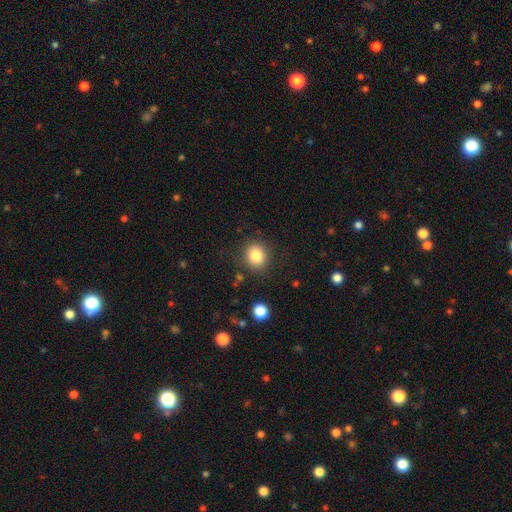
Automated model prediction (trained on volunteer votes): This appears to be a smooth galaxy with no disk features (83%) that is round (78%). Merging: none (86%).